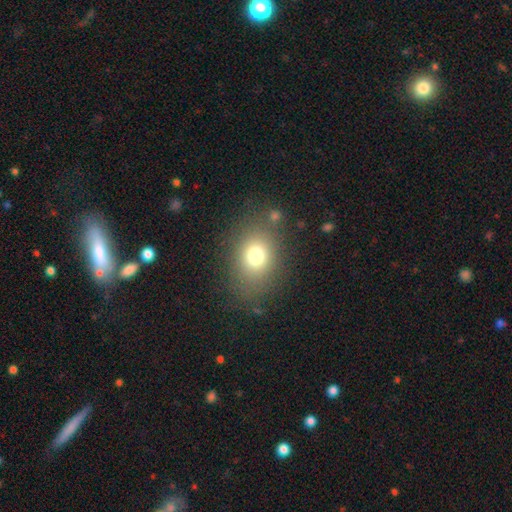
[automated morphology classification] Overall: smooth (74%). How rounded: in between (56%; round 43%). Merging: none (78%).